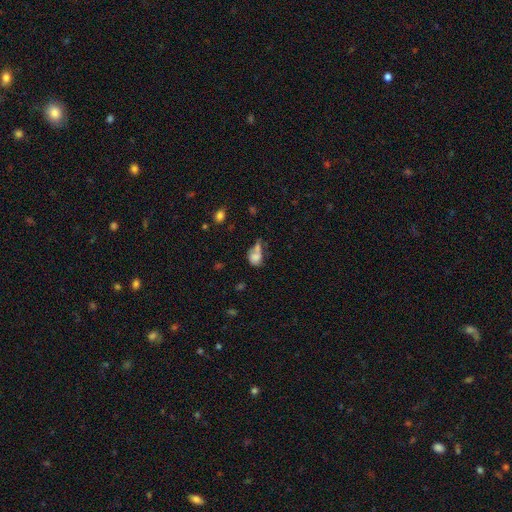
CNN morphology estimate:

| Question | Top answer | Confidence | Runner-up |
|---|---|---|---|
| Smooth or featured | smooth | 70% | featured or disk (17%) |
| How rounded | in between | 69% | round (28%) |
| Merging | merger | 44% | none (24%) |